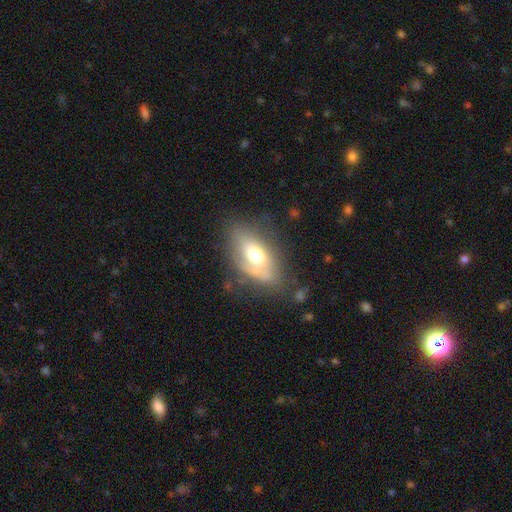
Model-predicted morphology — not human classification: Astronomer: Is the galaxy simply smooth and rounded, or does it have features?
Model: smooth — 58% (runner-up: featured or disk, 33%).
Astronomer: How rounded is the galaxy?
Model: in between — 85%.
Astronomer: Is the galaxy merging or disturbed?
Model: none — 56%.